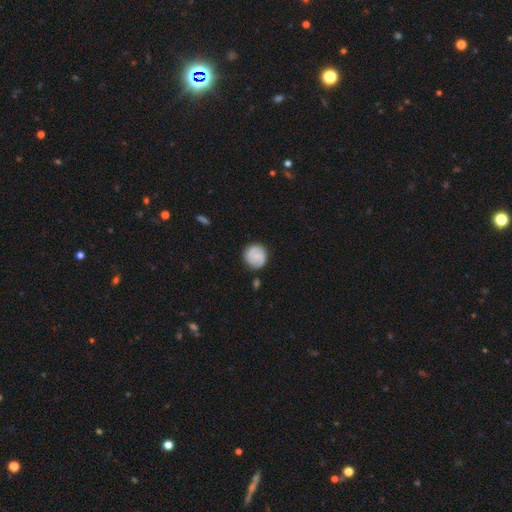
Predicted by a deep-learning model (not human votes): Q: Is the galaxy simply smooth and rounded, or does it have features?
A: smooth — 53%.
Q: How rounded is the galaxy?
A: round — 87%.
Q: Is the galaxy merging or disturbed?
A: none — 79%.